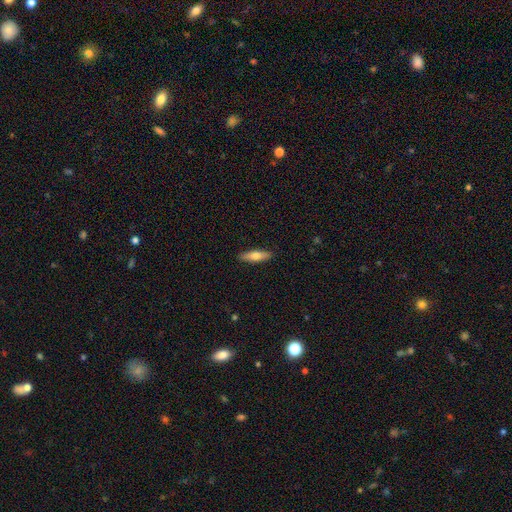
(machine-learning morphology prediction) The model was most divided on "how rounded": cigar-shaped: 59%, in between: 39%, round: 2%. More confident: merging — none (90%); smooth or featured — smooth (65%).